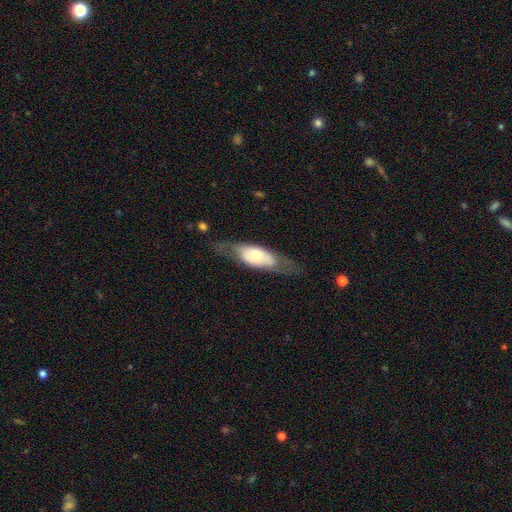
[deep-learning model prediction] Smooth or featured?
  - featured or disk: 51% *
  - smooth: 43%
  - star or artifact: 6%
Edge-on disk?
  - no: 62% *
  - yes: 38%
Merging?
  - none: 67% *
  - minor disturbance: 19%
  - major disturbance: 12%
  - merger: 2%